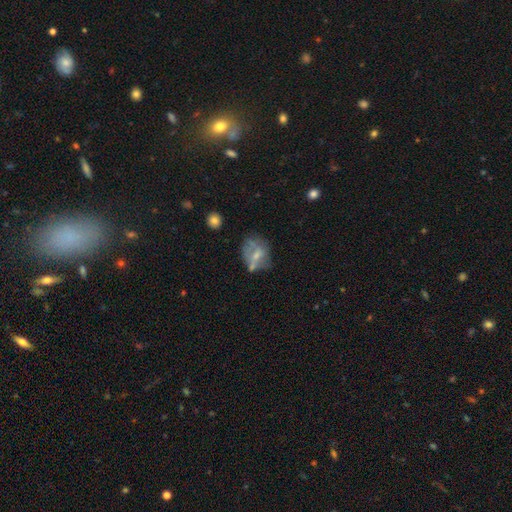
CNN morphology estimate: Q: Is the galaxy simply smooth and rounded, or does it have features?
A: featured or disk — 46%.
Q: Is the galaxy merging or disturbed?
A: none — 39%.